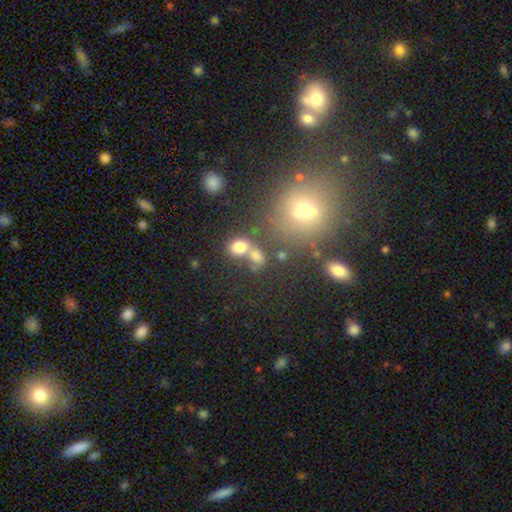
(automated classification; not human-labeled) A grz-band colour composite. It shows a smooth galaxy with no disk features (69%) that is in between round and cigar-shaped (55%). Merging: merger (42%).